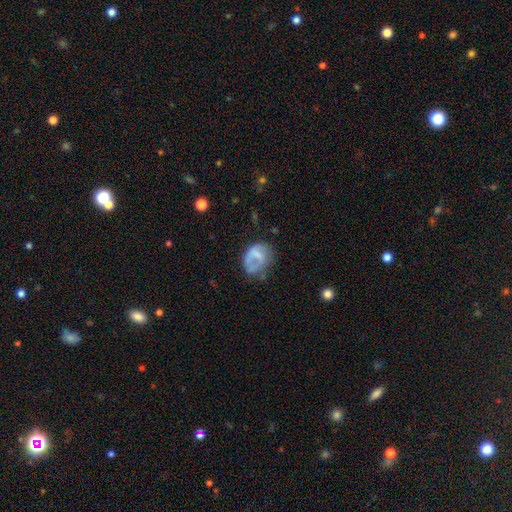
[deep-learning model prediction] smooth 54%, featured or disk 36%, star or artifact 10%. Down the decision tree: how rounded — in between (54%); merging — none (38%).